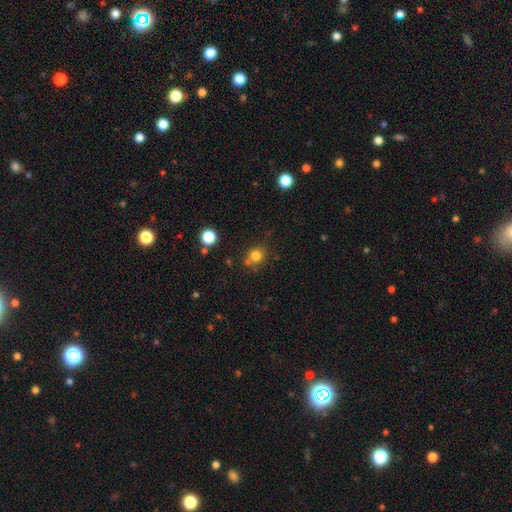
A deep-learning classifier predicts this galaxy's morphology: This is likely a smooth galaxy (79%). How rounded: clearly round (85%). Merging: likely none (70%).